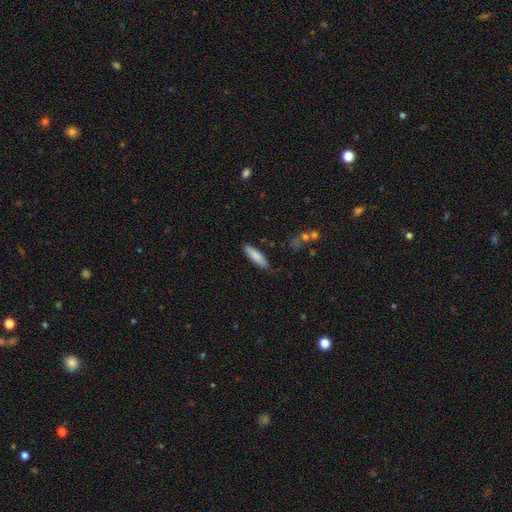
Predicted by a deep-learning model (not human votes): Overall: smooth (83%). How rounded: cigar-shaped (61%; in between 37%). Merging: none (78%).